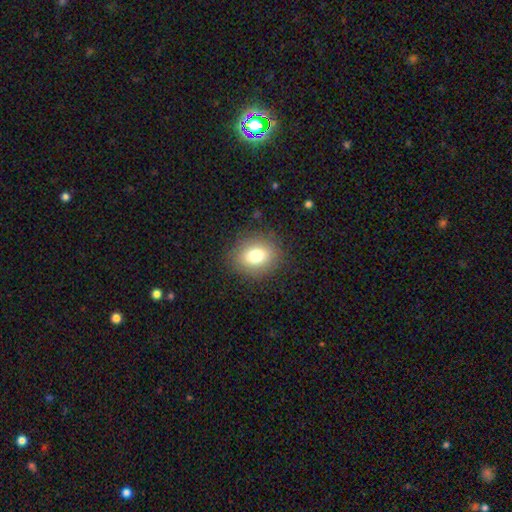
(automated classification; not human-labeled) smooth-or-featured: smooth: 78% | featured or disk: 11% | star or artifact: 11%
  how-rounded: in between: 50% | round: 49% | cigar-shaped: 1%
  merging: none: 86% | minor disturbance: 9% | major disturbance: 4% | merger: 1%